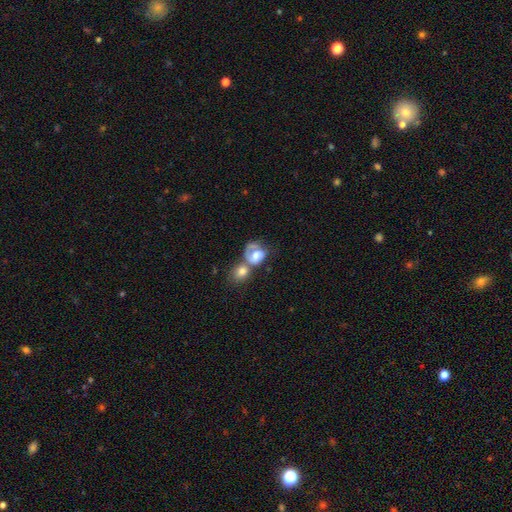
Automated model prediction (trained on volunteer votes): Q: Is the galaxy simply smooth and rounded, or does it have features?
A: smooth — 50%.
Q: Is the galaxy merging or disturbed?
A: merger — 59%.